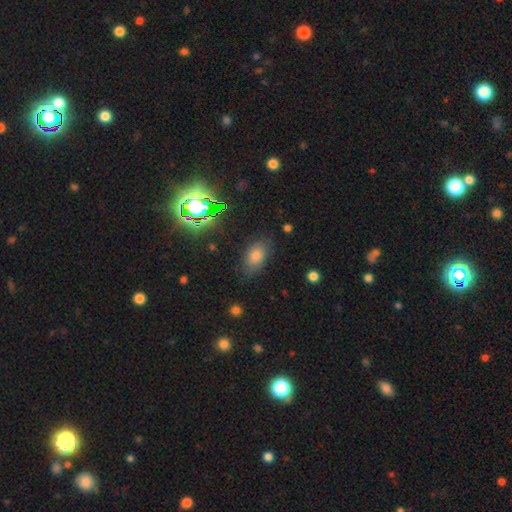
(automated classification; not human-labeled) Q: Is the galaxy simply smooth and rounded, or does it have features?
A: smooth — 70%.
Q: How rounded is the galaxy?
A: in between — 86%.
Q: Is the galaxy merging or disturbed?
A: none — 81%.